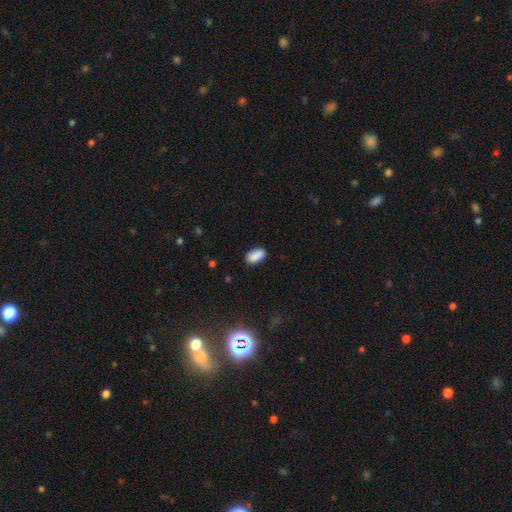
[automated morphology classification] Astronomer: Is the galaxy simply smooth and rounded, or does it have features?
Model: smooth — 89%.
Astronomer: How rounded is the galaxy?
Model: in between — 93%.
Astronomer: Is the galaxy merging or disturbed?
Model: none — 85%.